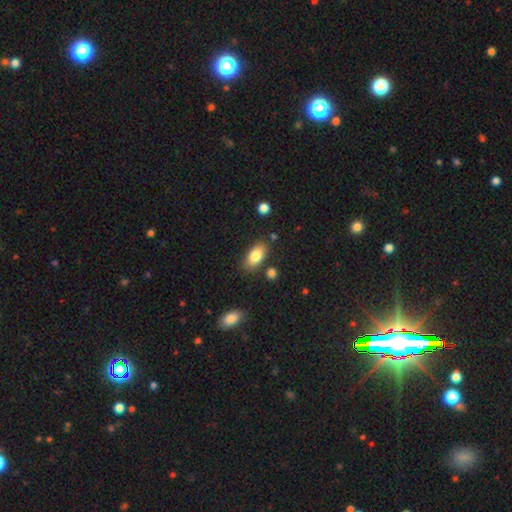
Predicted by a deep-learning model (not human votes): Overall: smooth (83%). How rounded: in between (90%). Merging: none (81%).